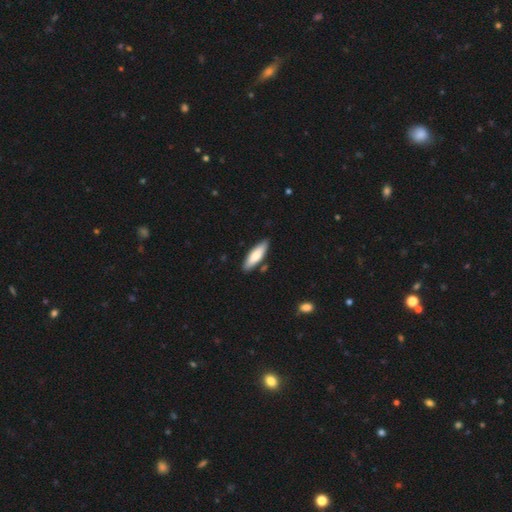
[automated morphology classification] type=smooth (76%); roundness=cigar-shaped (55%); merging=none (85%).